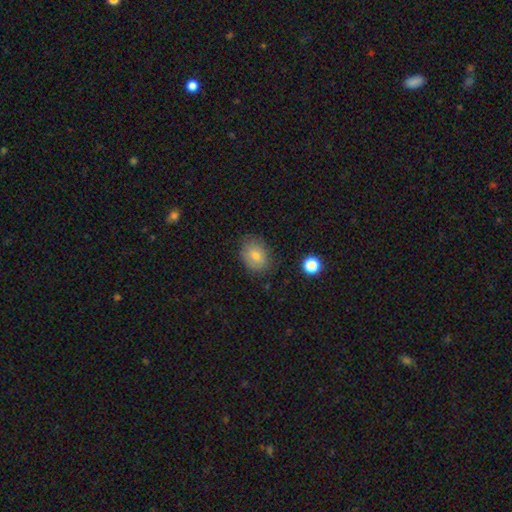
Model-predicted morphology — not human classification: This is likely a smooth galaxy (71%). How rounded: likely in between (64%). Merging: likely none (78%).